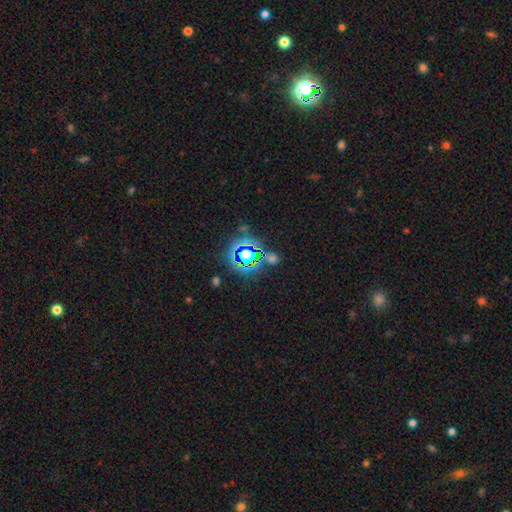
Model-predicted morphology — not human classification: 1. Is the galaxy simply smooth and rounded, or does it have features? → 79% star or artifact, 13% smooth, 8% featured or disk.